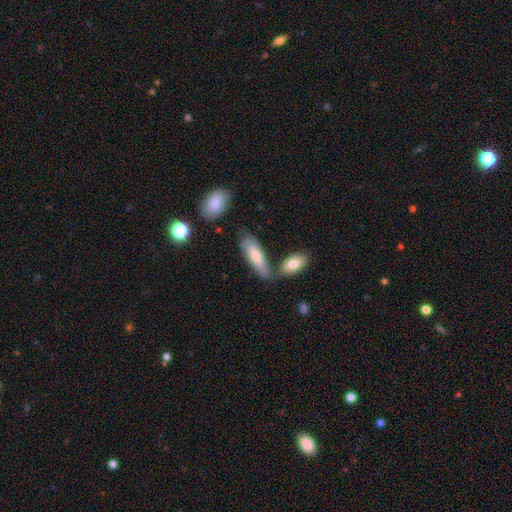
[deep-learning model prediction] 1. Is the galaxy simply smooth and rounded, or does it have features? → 64% smooth, 28% featured or disk, 7% star or artifact.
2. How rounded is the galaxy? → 51% in between, 47% cigar-shaped, 2% round.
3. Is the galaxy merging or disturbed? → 61% none, 17% merger, 17% minor disturbance, 4% major disturbance.